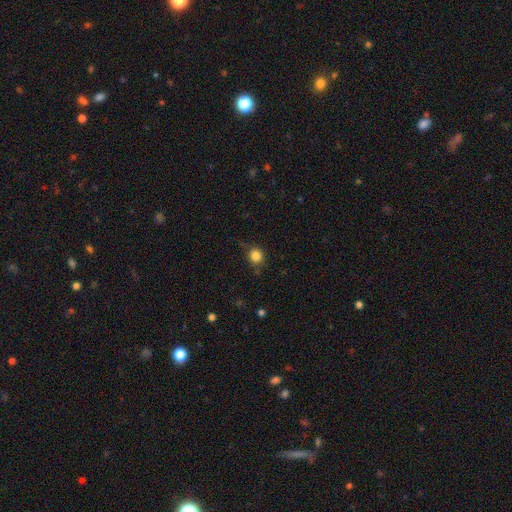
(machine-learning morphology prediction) Smooth or featured?
  - smooth: 84% *
  - star or artifact: 11%
  - featured or disk: 5%
How rounded?
  - round: 87% *
  - in between: 12%
  - cigar-shaped: 1%
Merging?
  - none: 74% *
  - minor disturbance: 19%
  - major disturbance: 5%
  - merger: 2%